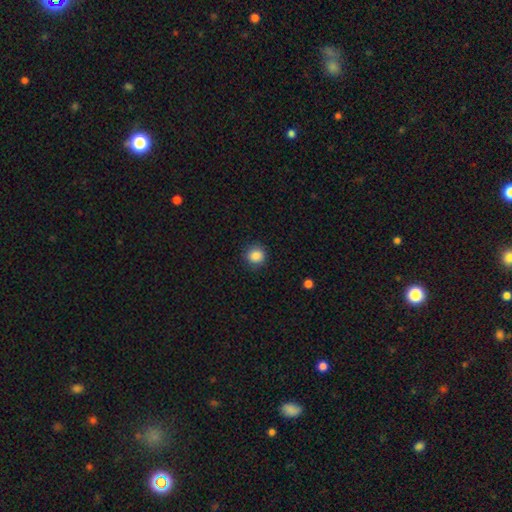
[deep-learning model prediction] Smooth or featured? Predicted: smooth (p=0.87). How rounded? Predicted: round (p=0.88). Merging? Predicted: none (p=0.87).